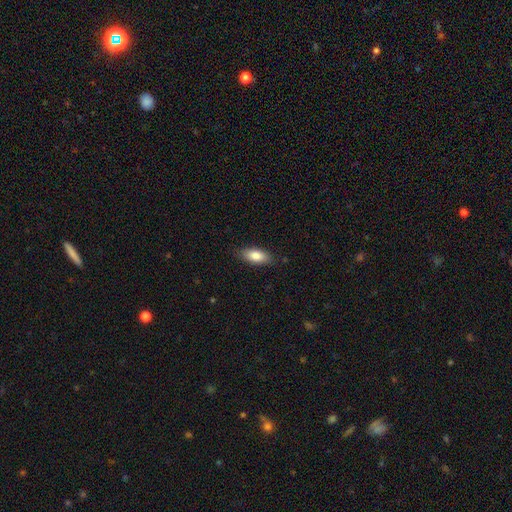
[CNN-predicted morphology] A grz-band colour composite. It shows a smooth galaxy with no disk features (84%) that is in between round and cigar-shaped (83%). Merging: none (84%).